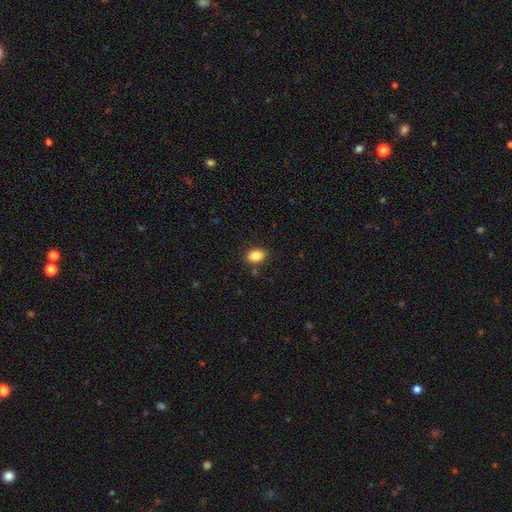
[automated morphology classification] Q: Smooth or featured?
A: smooth (86%); runner-up: star or artifact (9%)
Q: How rounded?
A: in between (79%); runner-up: round (20%)
Q: Merging?
A: none (85%); runner-up: minor disturbance (10%)